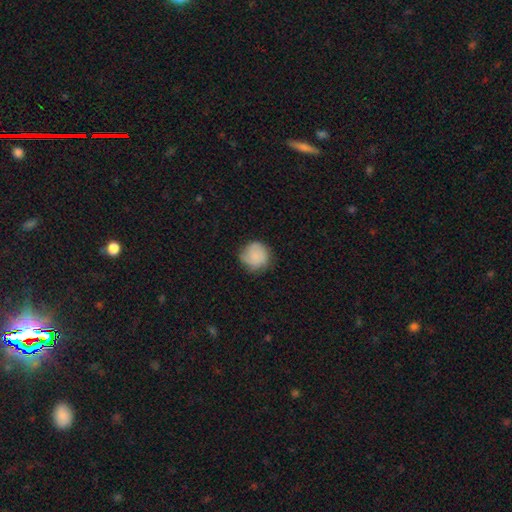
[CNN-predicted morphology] This appears to be a smooth galaxy with no disk features (82%) that is round (91%). Merging: none (70%).